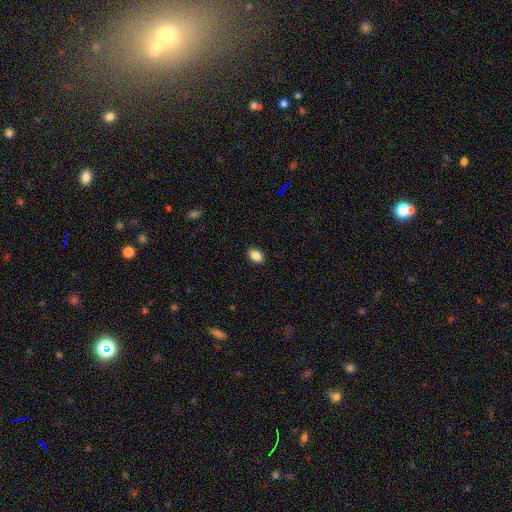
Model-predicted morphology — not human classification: type=smooth (88%); roundness=in between (84%); merging=none (90%).